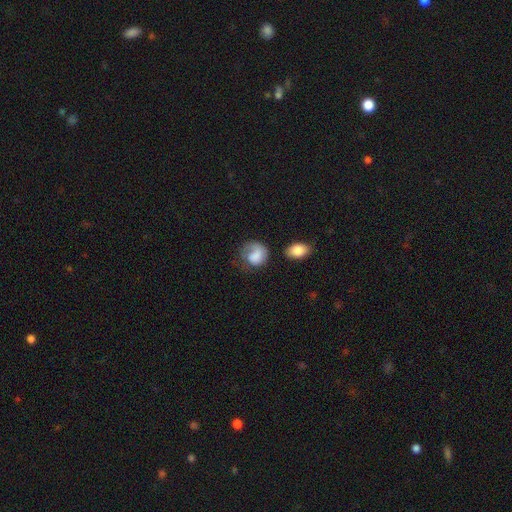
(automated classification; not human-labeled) Smooth or featured? Predicted: smooth (p=0.68). How rounded? Predicted: round (p=0.63). Merging? Predicted: none (p=0.36).